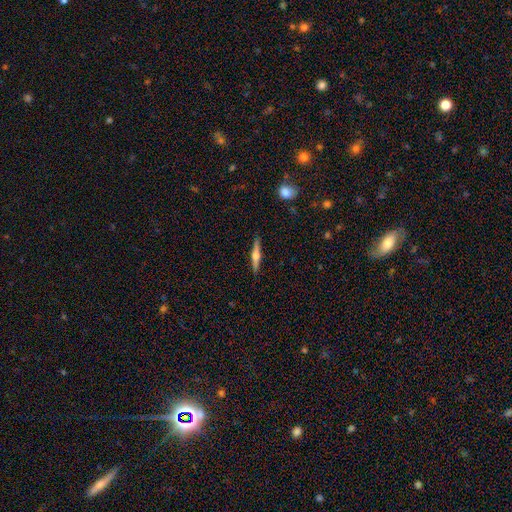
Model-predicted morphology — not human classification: Smooth or featured?
  - featured or disk: 72% *
  - smooth: 22%
  - star or artifact: 6%
Edge-on disk?
  - yes: 98% *
  - no: 2%
Edge-on bulge?
  - rounded: 93% *
  - boxy: 4%
  - none: 3%
Merging?
  - none: 91% *
  - minor disturbance: 7%
  - major disturbance: 1%
  - merger: 1%